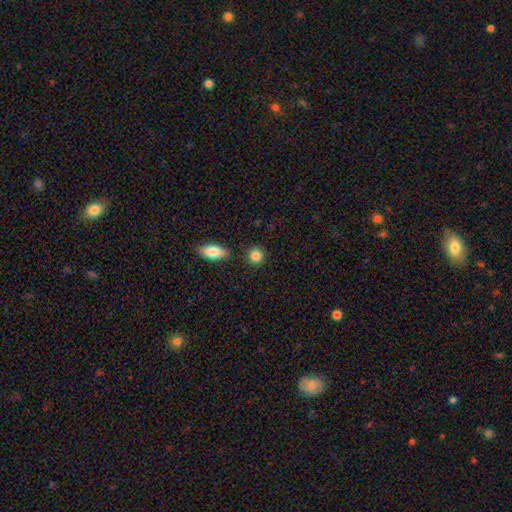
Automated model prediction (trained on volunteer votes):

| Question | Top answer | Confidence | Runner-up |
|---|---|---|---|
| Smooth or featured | smooth | 86% | star or artifact (9%) |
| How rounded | round | 87% | in between (12%) |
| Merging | none | 85% | minor disturbance (8%) |